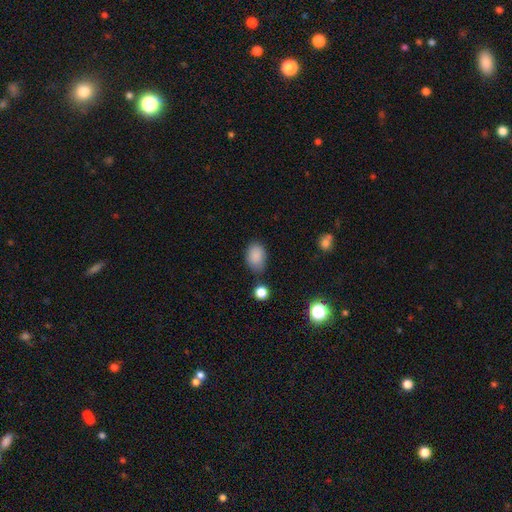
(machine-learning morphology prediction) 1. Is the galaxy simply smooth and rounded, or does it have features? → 87% smooth, 8% star or artifact, 4% featured or disk.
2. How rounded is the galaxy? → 82% in between, 17% round, 1% cigar-shaped.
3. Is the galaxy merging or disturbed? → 72% none, 19% minor disturbance, 5% merger, 4% major disturbance.